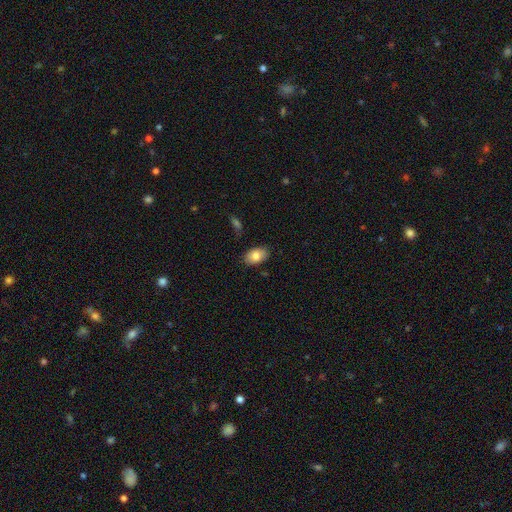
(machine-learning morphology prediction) smooth_or_featured: smooth (p=0.83) [alt: featured or disk p=0.10]
how_rounded: in between (p=0.91) [alt: round p=0.08]
merging: none (p=0.82) [alt: minor disturbance p=0.13]